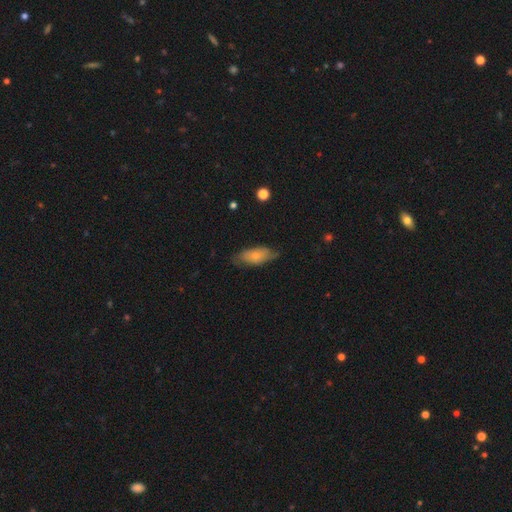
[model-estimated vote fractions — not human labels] Overall: smooth (66%; featured or disk 28%). How rounded: in between (85%). Merging: none (66%; minor disturbance 27%).